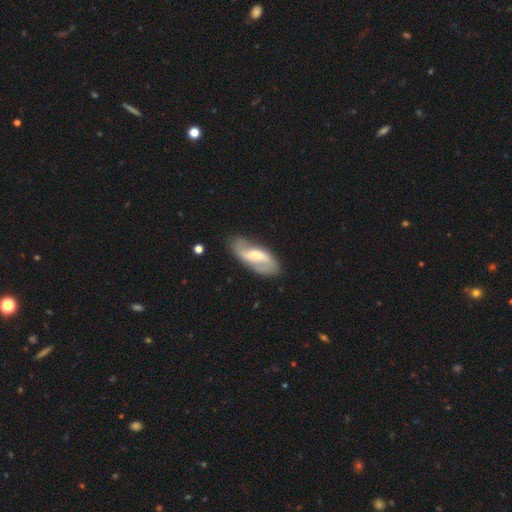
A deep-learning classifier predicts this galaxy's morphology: A featured or disk galaxy (72%) with a weak bar (48%), 2 (86%) loose (58%) spiral arms (89%) and a moderate central bulge (44%, tied with small). Merging: none (76%).